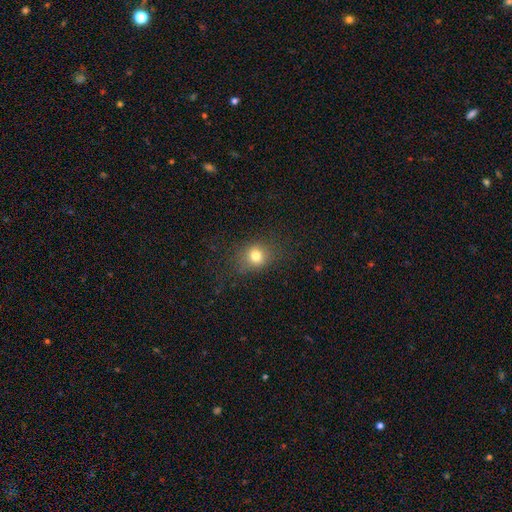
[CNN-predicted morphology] A smooth galaxy with no disk features (75%) that is round (69%). Merging: none (78%).